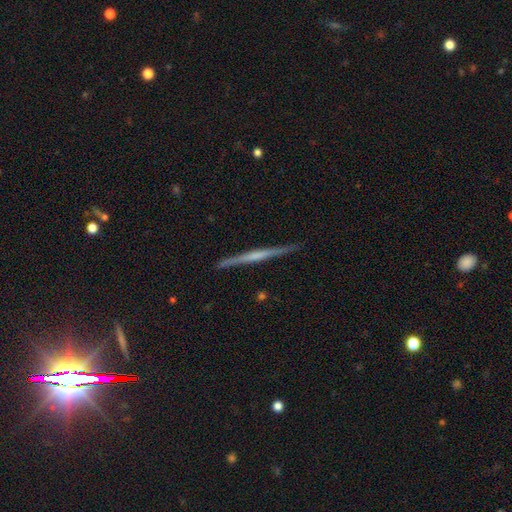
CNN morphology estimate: This appears to be a featured or disk galaxy (68%) viewed edge-on (98%) with no central bulge (62%). Merging: none (90%).